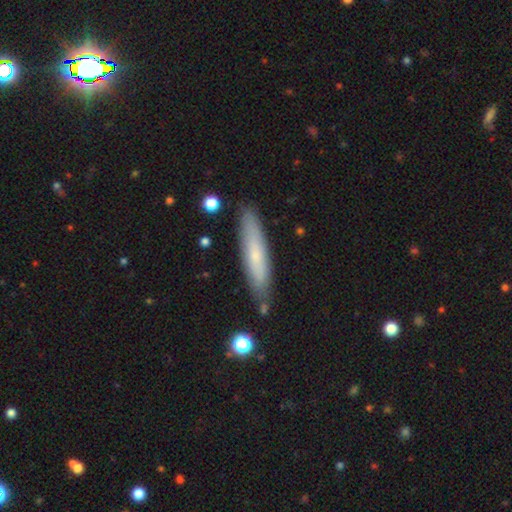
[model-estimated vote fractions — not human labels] A smooth galaxy with no disk features (61%) that is cigar-shaped (86%).

Vote fractions:
- Smooth or featured? smooth: 61% / featured or disk: 32% / star or artifact: 6%
- How rounded? cigar-shaped: 86% / in between: 12% / round: 1%
- Merging? none: 84% / minor disturbance: 11% / merger: 3% / major disturbance: 2%